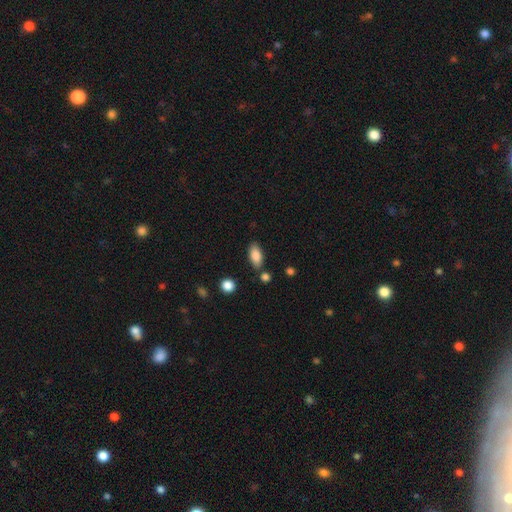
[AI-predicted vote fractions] A smooth galaxy with no disk features (86%) that is in between round and cigar-shaped (89%).

Vote fractions:
- Smooth or featured? smooth: 86% / star or artifact: 7% / featured or disk: 7%
- How rounded? in between: 89% / cigar-shaped: 7% / round: 4%
- Merging? none: 78% / minor disturbance: 12% / merger: 6% / major disturbance: 3%